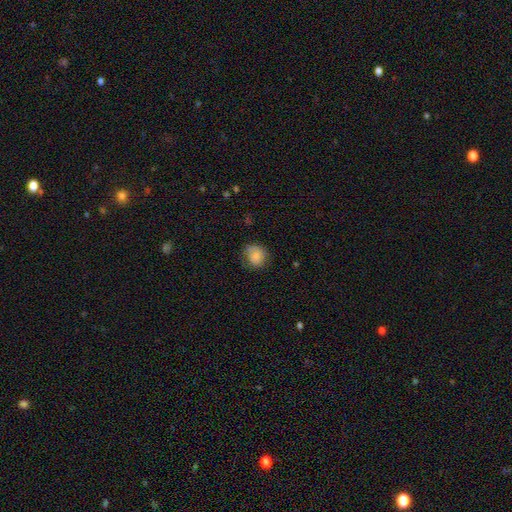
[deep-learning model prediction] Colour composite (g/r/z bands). It shows a smooth galaxy with no disk features (83%) that is round (69%). Merging: none (65%).